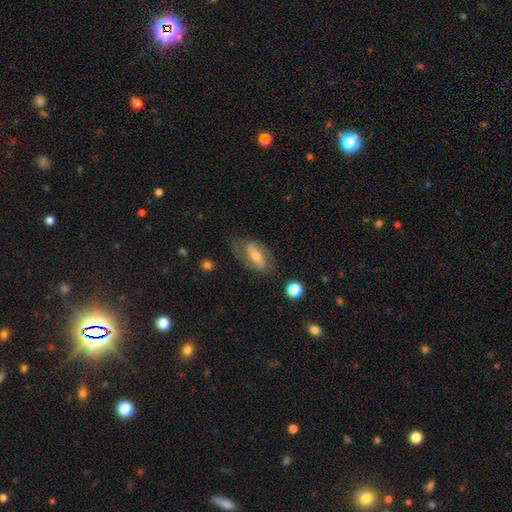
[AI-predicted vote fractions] This is likely a featured or disk galaxy (70%). It is clearly not viewed edge-on (93%). Bar: marginally strong (42%). Spiral arm pattern: clearly yes (86%). Spiral arm count: clearly 2 (84%). Spiral winding: marginally medium (44%). Central bulge: possibly moderate (54%). Merging: likely none (73%).